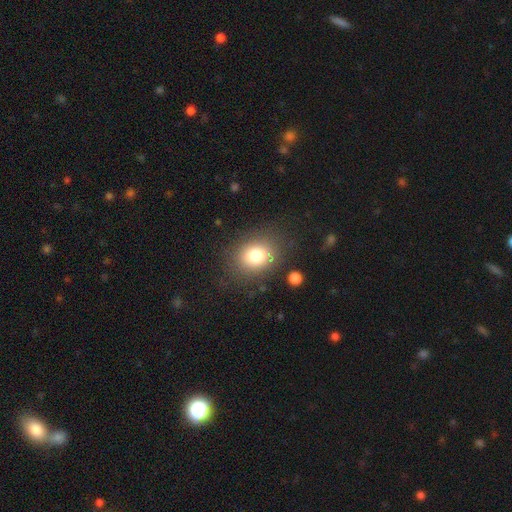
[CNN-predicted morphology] Smooth or featured?
  - smooth: 78% *
  - star or artifact: 12%
  - featured or disk: 10%
How rounded?
  - round: 54% *
  - in between: 45%
  - cigar-shaped: 1%
Merging?
  - none: 80% *
  - minor disturbance: 11%
  - major disturbance: 5%
  - merger: 3%